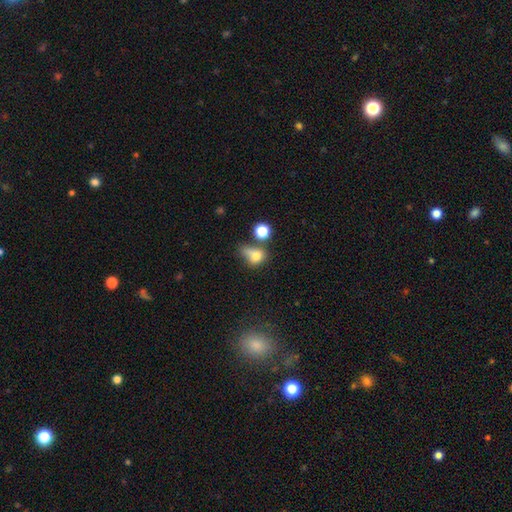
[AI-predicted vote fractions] Smooth or featured?
  - smooth: 73% *
  - star or artifact: 14%
  - featured or disk: 13%
How rounded?
  - in between: 52% *
  - round: 45%
  - cigar-shaped: 3%
Merging?
  - none: 31% *
  - merger: 26%
  - minor disturbance: 23%
  - major disturbance: 21%